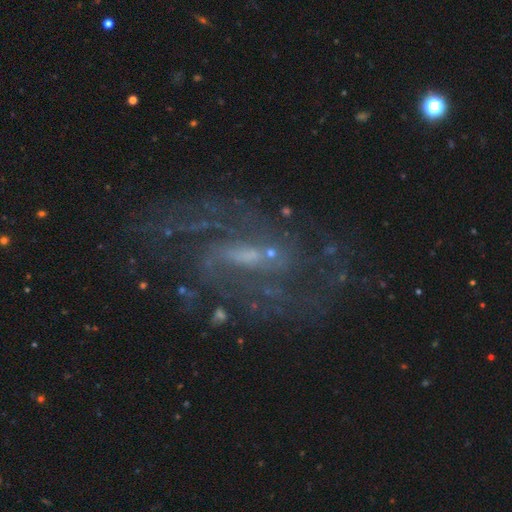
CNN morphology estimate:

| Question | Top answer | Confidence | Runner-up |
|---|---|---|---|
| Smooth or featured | featured or disk | 87% | star or artifact (8%) |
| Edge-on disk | no | 96% | yes (4%) |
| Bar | weak | 53% | strong (26%) |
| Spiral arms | yes | 95% | no (5%) |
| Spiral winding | medium | 51% | tight (30%) |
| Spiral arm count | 2 | 52% | can't tell (20%) |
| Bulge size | small | 50% | moderate (26%) |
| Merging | none | 69% | minor disturbance (16%) |